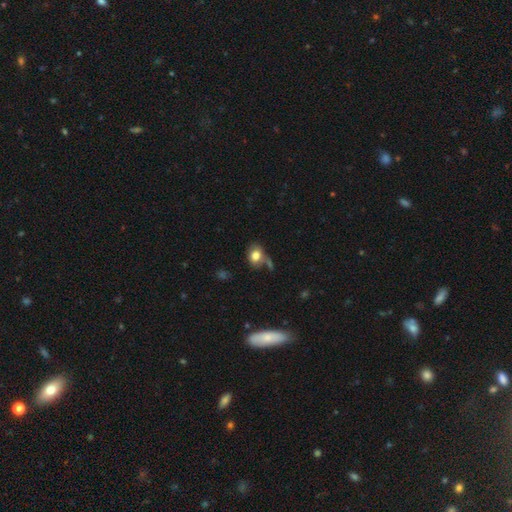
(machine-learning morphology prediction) smooth 79%, featured or disk 11%, star or artifact 9%. Down the decision tree: how rounded — in between (57%); merging — none (55%).